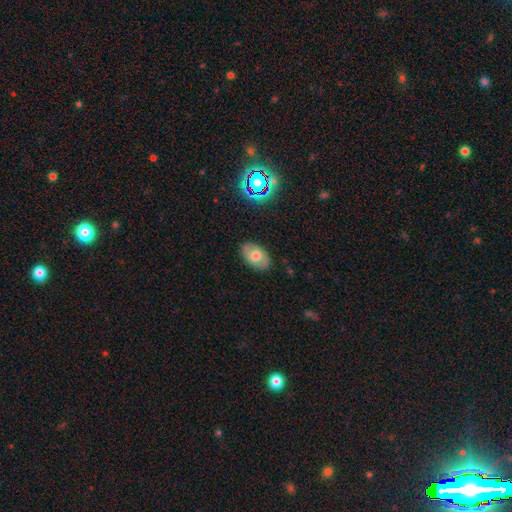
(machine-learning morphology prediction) smooth_or_featured: smooth (p=0.62) [alt: featured or disk p=0.29]
how_rounded: in between (p=0.89) [alt: round p=0.10]
merging: none (p=0.84) [alt: minor disturbance p=0.12]